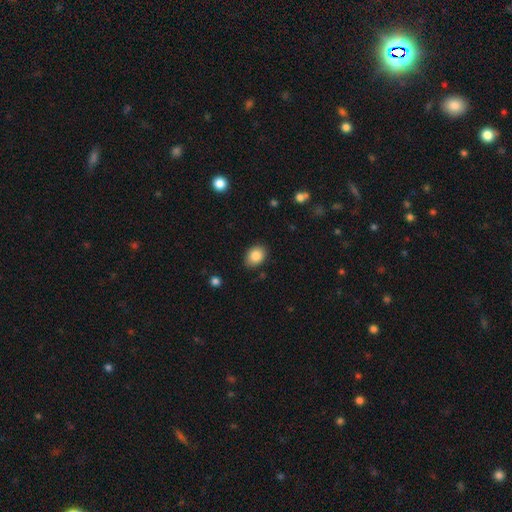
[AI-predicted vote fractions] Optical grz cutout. It shows a smooth galaxy with no disk features (86%) that is in between round and cigar-shaped (69%). Merging: none (85%).